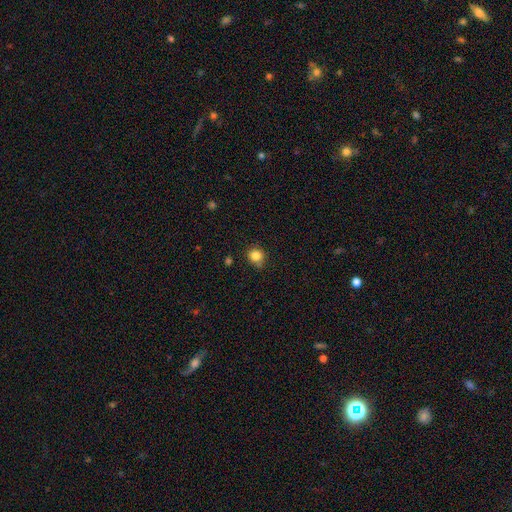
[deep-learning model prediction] Smooth or featured? Predicted: smooth (p=0.84). How rounded? Predicted: round (p=0.84). Merging? Predicted: none (p=0.76).